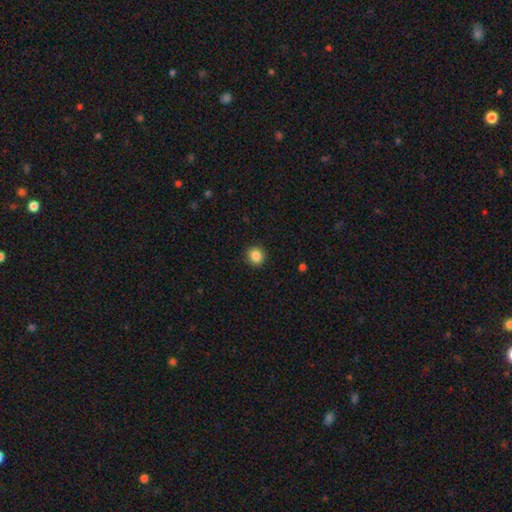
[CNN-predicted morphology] The model was most divided on "how rounded": round: 87%, in between: 12%, cigar-shaped: 1%. More confident: merging — none (91%); smooth or featured — smooth (86%).